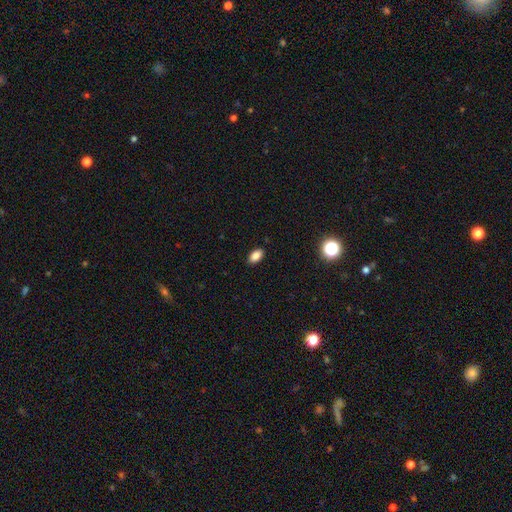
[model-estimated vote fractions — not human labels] Smooth or featured? smooth (85%)
How rounded? in between (92%)
Merging? none (89%)